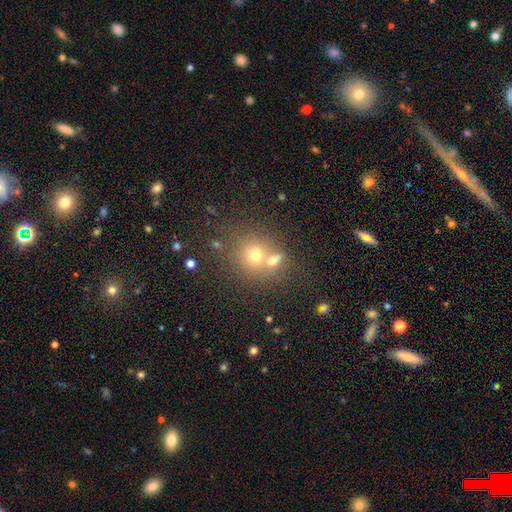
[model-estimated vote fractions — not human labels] Morphology: type=smooth (65%); roundness=round (81%); merging=merger (44%, tied with none).